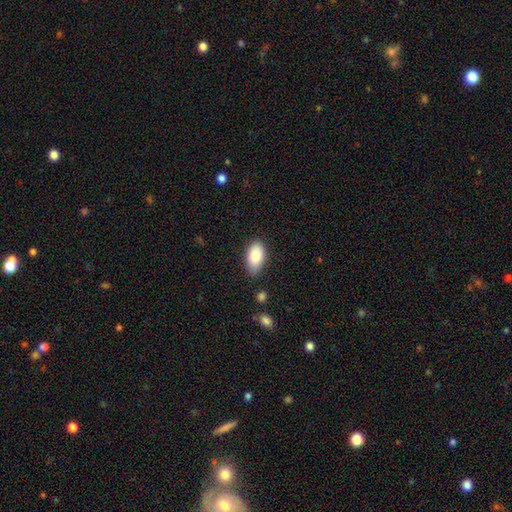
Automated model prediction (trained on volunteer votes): Overall: smooth (83%). How rounded: in between (93%). Merging: none (75%).